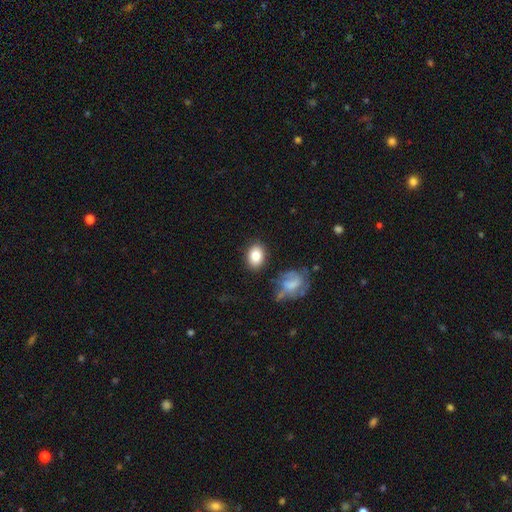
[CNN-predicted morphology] type=smooth (83%); roundness=in between (72%); merging=none (82%).